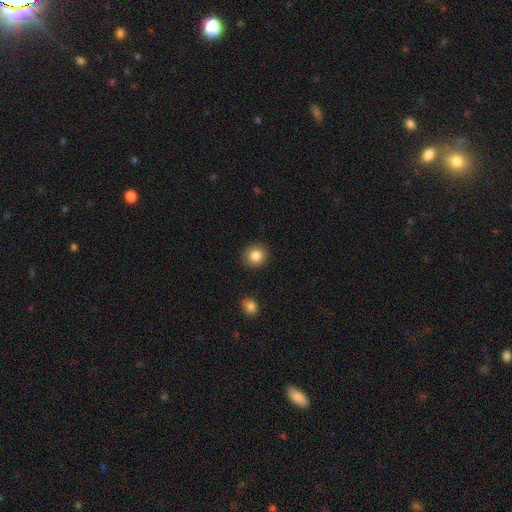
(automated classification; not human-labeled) The model was most divided on "smooth or featured": smooth: 85%, star or artifact: 10%, featured or disk: 6%. More confident: merging — none (91%); how rounded — round (90%).